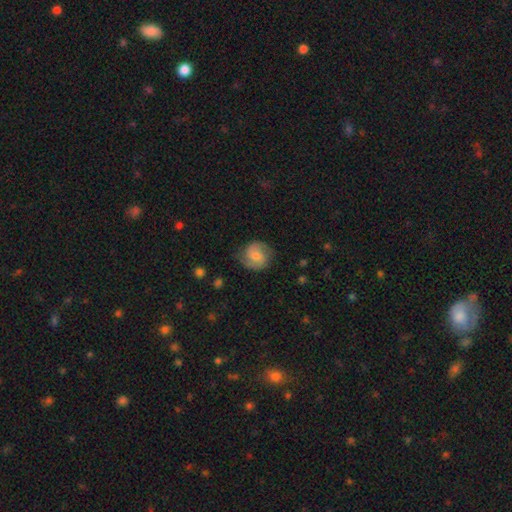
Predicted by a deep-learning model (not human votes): featured or disk 57%, smooth 36%, star or artifact 7%. Down the decision tree: edge-on disk — no (98%); bar — no (48%); spiral arms — yes (91%); spiral arm count — 2 (87%); spiral winding — medium (47%); bulge size — moderate (46%); merging — none (77%).